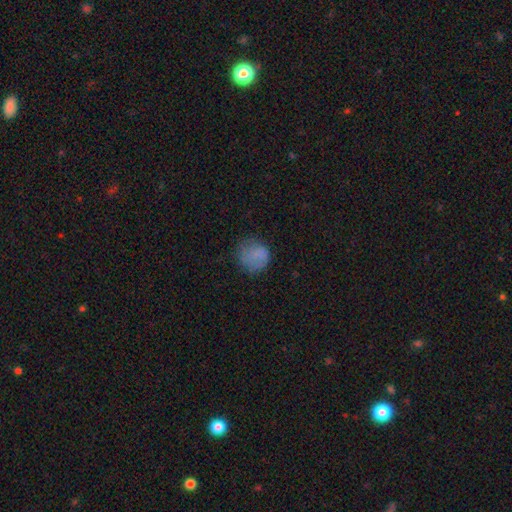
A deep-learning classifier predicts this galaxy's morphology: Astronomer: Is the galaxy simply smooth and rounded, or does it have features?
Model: smooth — 76%.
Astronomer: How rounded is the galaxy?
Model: round — 85%.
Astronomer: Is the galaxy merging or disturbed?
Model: none — 60%.